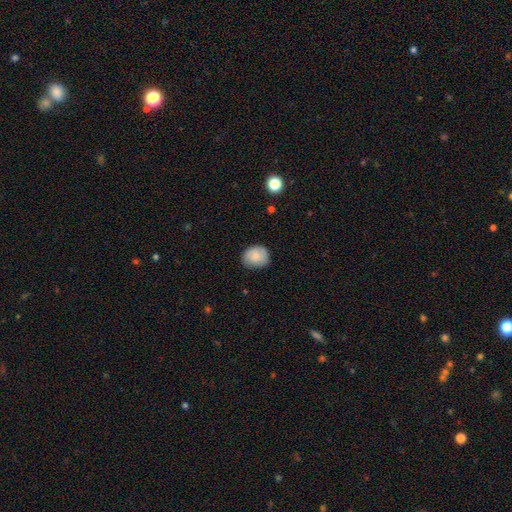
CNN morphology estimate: This is clearly a smooth galaxy (81%). How rounded: likely round (69%). Merging: likely none (77%).